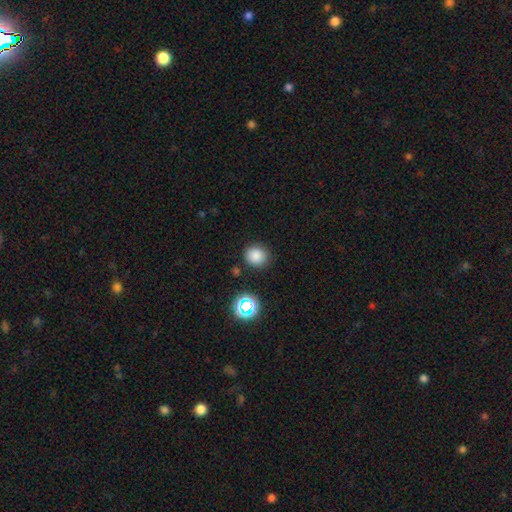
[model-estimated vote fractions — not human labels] The model was most divided on "smooth or featured": smooth: 80%, star or artifact: 15%, featured or disk: 5%. More confident: merging — none (84%); how rounded — round (84%).